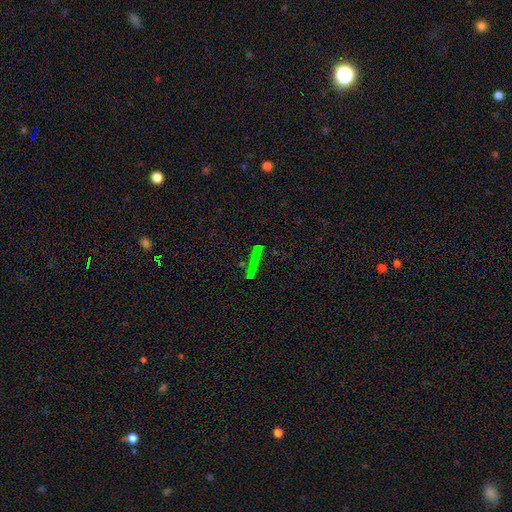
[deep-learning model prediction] This is marginally a smooth galaxy (34%). Merging: clearly none (82%).